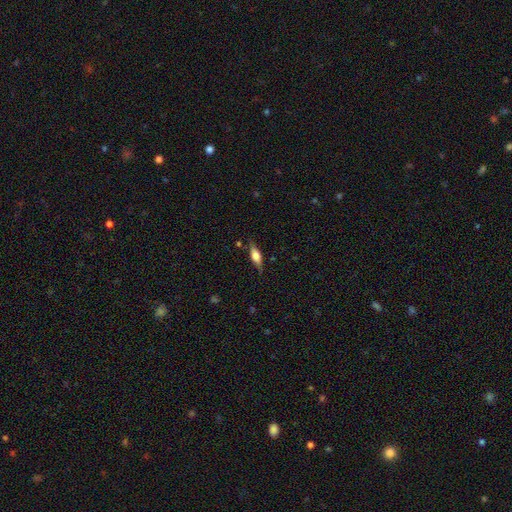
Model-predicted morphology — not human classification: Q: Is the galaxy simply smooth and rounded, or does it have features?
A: smooth — 50%.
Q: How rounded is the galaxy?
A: in between — 58%.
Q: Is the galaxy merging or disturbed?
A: none — 77%.